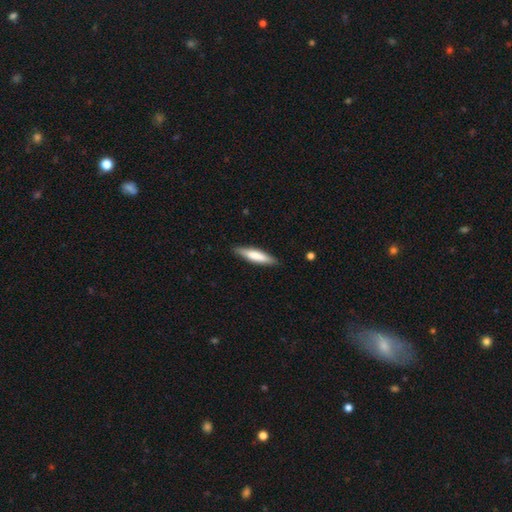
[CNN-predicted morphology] Smooth or featured? smooth (67%)
How rounded? cigar-shaped (81%)
Merging? none (88%)